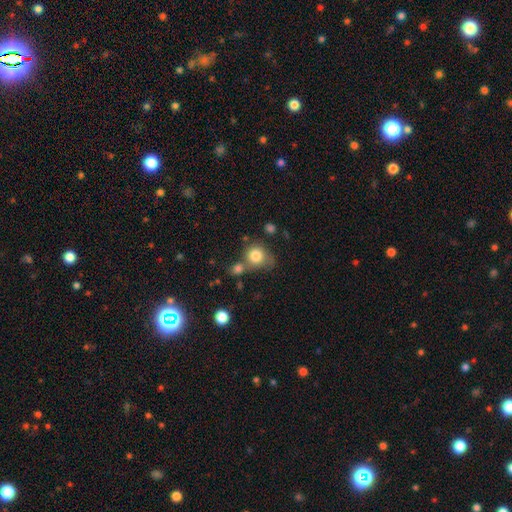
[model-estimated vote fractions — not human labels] Overall: smooth (81%). How rounded: round (79%). Merging: none (50%; merger 25%).